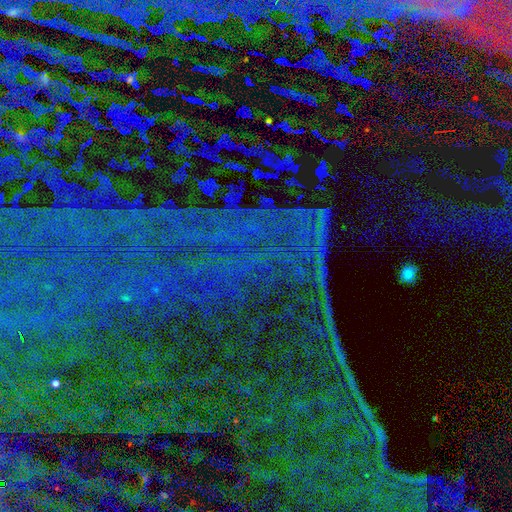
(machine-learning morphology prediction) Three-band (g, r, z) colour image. It shows a star or artifact, not a galaxy (86%).